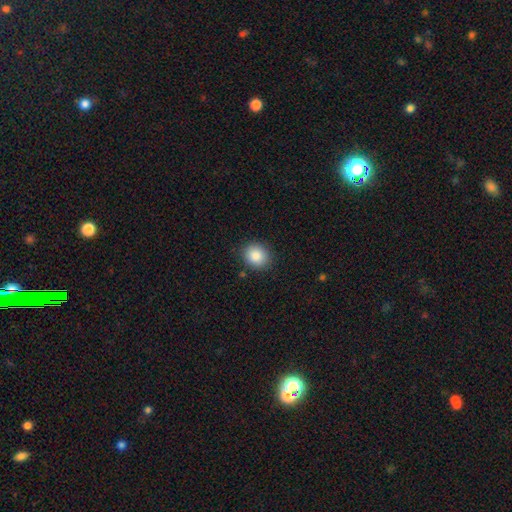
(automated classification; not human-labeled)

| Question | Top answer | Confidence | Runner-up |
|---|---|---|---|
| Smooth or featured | smooth | 87% | star or artifact (8%) |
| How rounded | round | 74% | in between (26%) |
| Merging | none | 87% | minor disturbance (9%) |